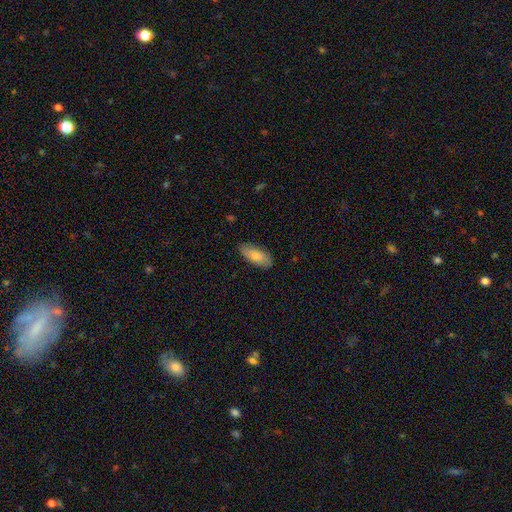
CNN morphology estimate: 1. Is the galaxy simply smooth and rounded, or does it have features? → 80% smooth, 14% featured or disk, 6% star or artifact.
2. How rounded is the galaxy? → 84% in between, 14% cigar-shaped, 2% round.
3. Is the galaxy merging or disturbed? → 83% none, 13% minor disturbance, 3% major disturbance, 1% merger.